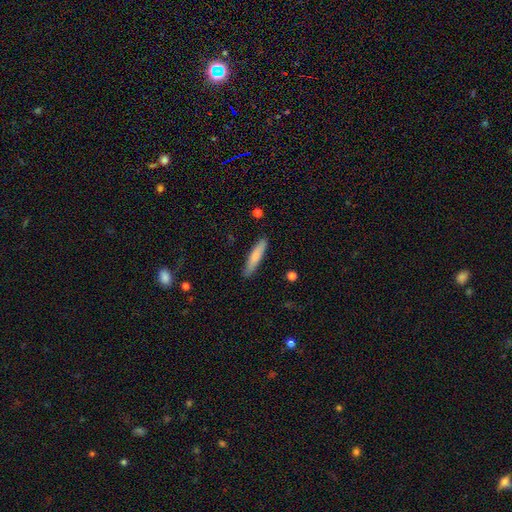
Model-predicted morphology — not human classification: This is likely a smooth galaxy (75%). How rounded: clearly cigar-shaped (86%). Merging: clearly none (88%).